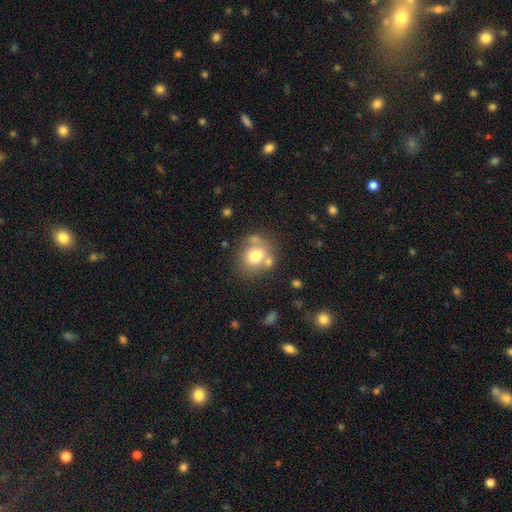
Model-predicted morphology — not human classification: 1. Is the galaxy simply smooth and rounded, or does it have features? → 73% smooth, 17% featured or disk, 10% star or artifact.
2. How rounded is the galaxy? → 67% round, 32% in between, 1% cigar-shaped.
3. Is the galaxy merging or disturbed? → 61% none, 18% merger, 15% minor disturbance, 6% major disturbance.